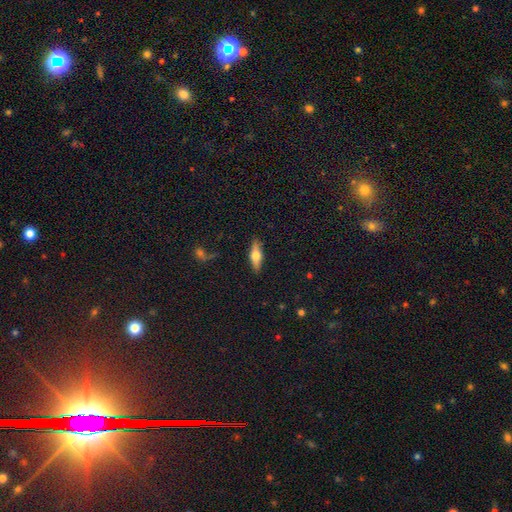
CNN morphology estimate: This appears to be a featured or disk galaxy (47%). Merging: none (87%).